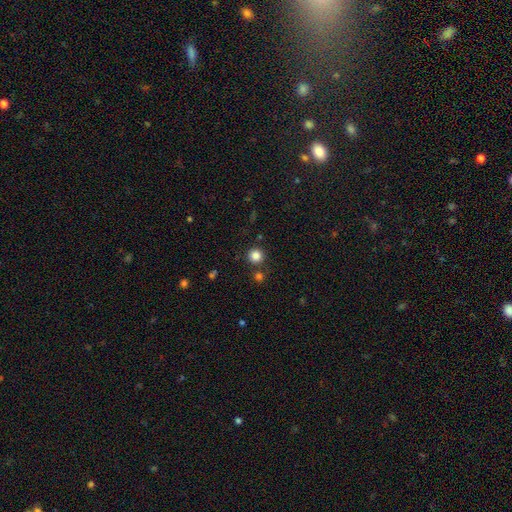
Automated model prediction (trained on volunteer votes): Smooth or featured? Predicted: smooth (p=0.83). How rounded? Predicted: round (p=0.94). Merging? Predicted: none (p=0.83).